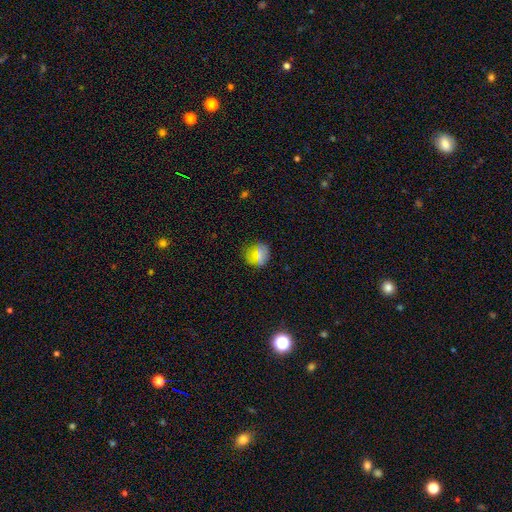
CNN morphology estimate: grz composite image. It shows a smooth galaxy with no disk features (64%) that is round (80%). Merging: none (83%).